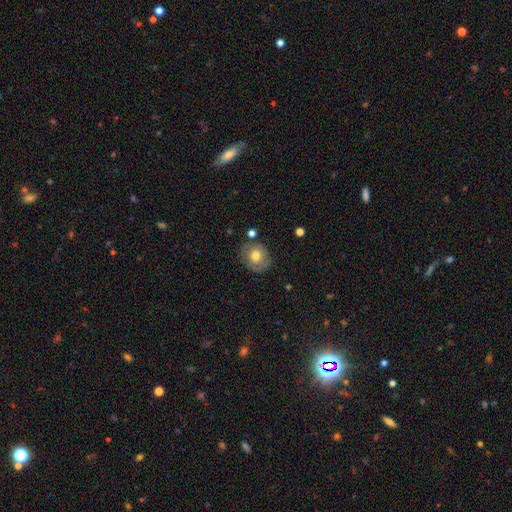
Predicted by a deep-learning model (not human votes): Smooth or featured? Predicted: smooth (p=0.56). How rounded? Predicted: round (p=0.69). Merging? Predicted: none (p=0.75).